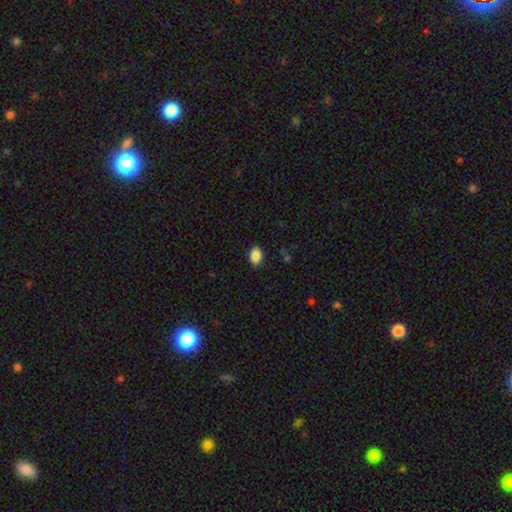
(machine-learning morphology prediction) smooth-or-featured: smooth: 88% | star or artifact: 8% | featured or disk: 3%
  how-rounded: in between: 82% | round: 17% | cigar-shaped: 1%
  merging: none: 85% | minor disturbance: 11% | major disturbance: 2% | merger: 1%